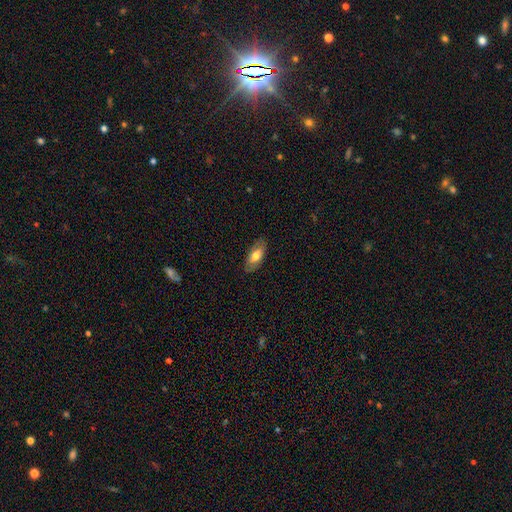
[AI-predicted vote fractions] Smooth or featured?
  - smooth: 65% *
  - featured or disk: 28%
  - star or artifact: 6%
How rounded?
  - in between: 85% *
  - cigar-shaped: 12%
  - round: 3%
Merging?
  - none: 84% *
  - minor disturbance: 12%
  - major disturbance: 3%
  - merger: 1%